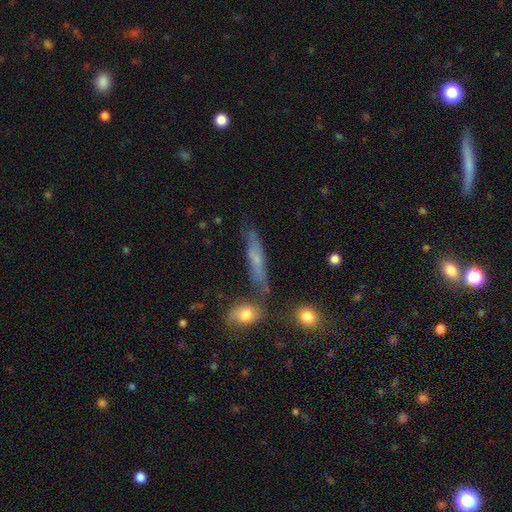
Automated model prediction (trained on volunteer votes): Smooth or featured: smooth — 50% (featured or disk — 39%)
How rounded: cigar-shaped — 82% (in between — 15%)
Merging: none — 68% (minor disturbance — 18%)